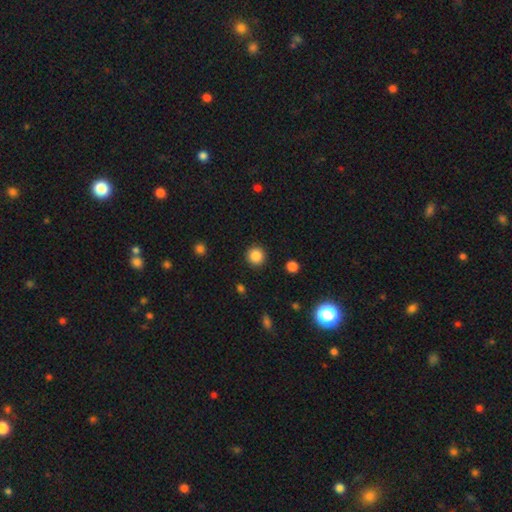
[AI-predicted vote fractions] A smooth galaxy with no disk features (86%) that is round (94%). Merging: none (91%).